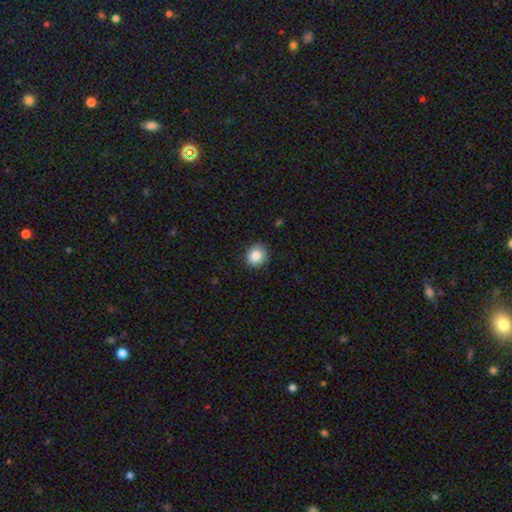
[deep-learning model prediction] This is clearly a smooth galaxy (86%). How rounded: clearly round (81%). Merging: clearly none (90%).